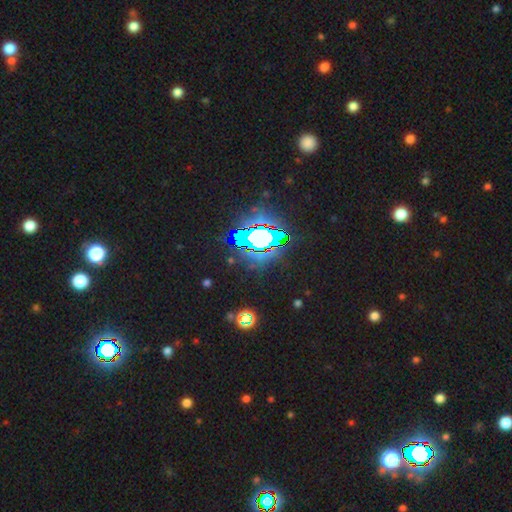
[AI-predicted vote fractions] Q: Smooth or featured?
A: star or artifact (84%); runner-up: smooth (9%)